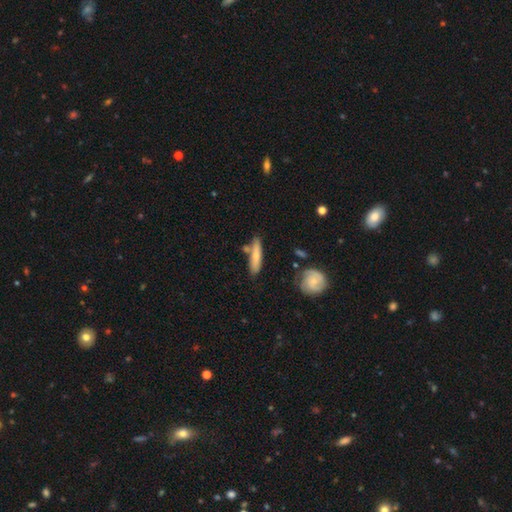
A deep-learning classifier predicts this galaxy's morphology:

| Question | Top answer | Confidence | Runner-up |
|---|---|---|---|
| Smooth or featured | smooth | 65% | featured or disk (30%) |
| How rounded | cigar-shaped | 81% | in between (17%) |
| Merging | none | 69% | minor disturbance (16%) |